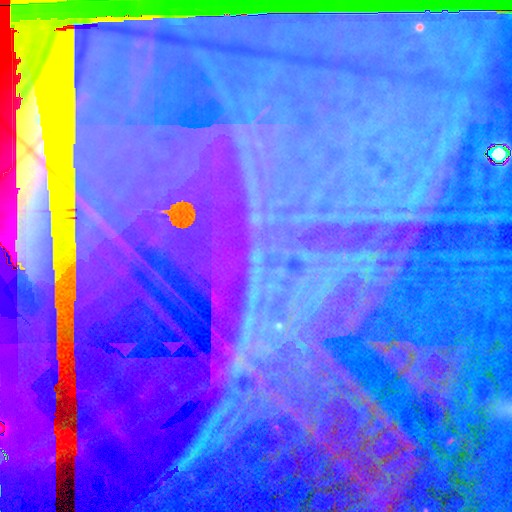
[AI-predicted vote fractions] This appears to be a star or artifact, not a galaxy (88%).